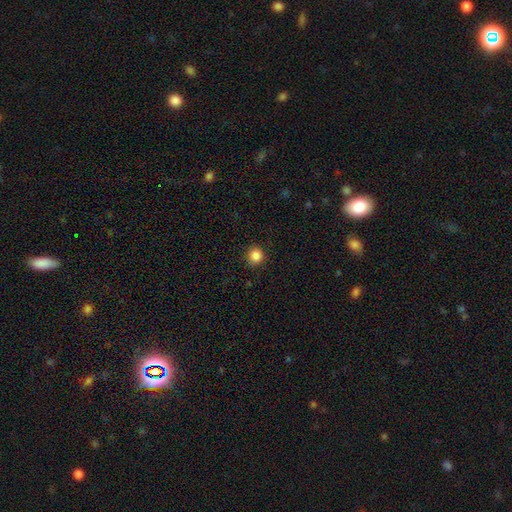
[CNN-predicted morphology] A smooth galaxy with no disk features (86%) that is round (91%).

Vote fractions:
- Smooth or featured? smooth: 86% / star or artifact: 11% / featured or disk: 3%
- How rounded? round: 91% / in between: 8% / cigar-shaped: 1%
- Merging? none: 91% / minor disturbance: 6% / major disturbance: 2% / merger: 1%